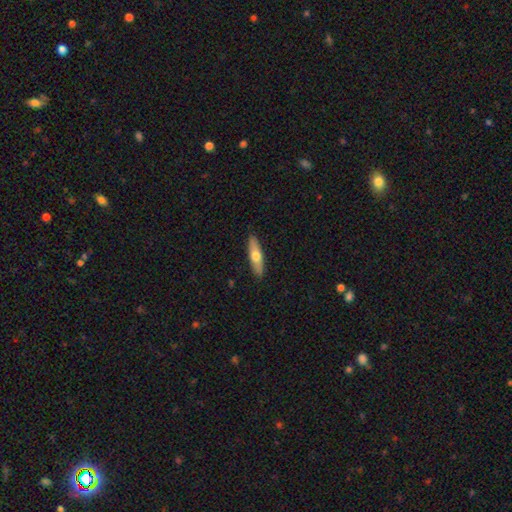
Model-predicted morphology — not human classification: smooth_or_featured: smooth (p=0.60) [alt: featured or disk p=0.34]
how_rounded: cigar-shaped (p=0.67) [alt: in between p=0.31]
merging: none (p=0.90) [alt: minor disturbance p=0.07]